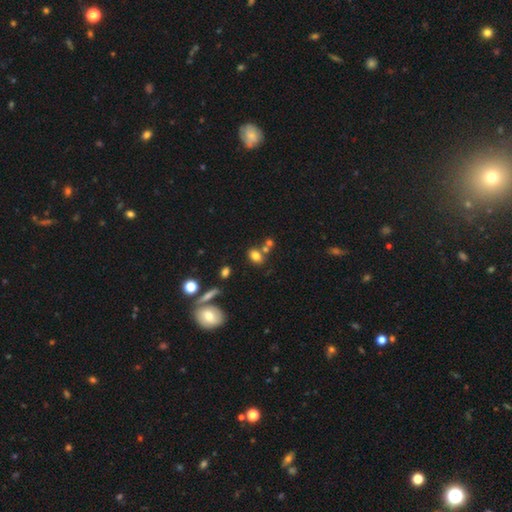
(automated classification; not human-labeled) The model was most divided on "merging": none: 60%, merger: 24%, minor disturbance: 12%, major disturbance: 4%. More confident: smooth or featured — smooth (76%); how rounded — in between (75%).